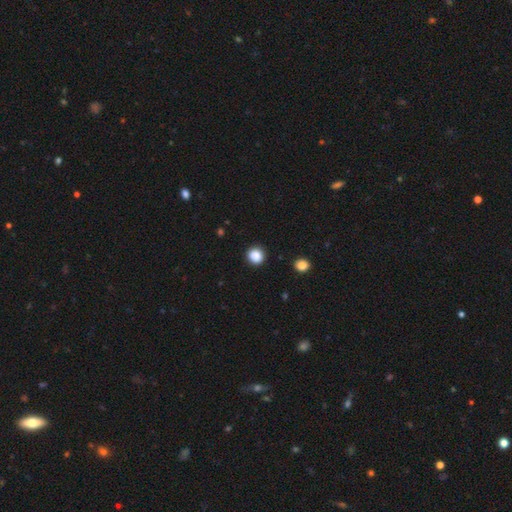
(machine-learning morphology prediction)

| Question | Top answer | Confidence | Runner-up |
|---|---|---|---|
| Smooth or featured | smooth | 87% | star or artifact (10%) |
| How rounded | round | 87% | in between (12%) |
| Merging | none | 89% | minor disturbance (7%) |